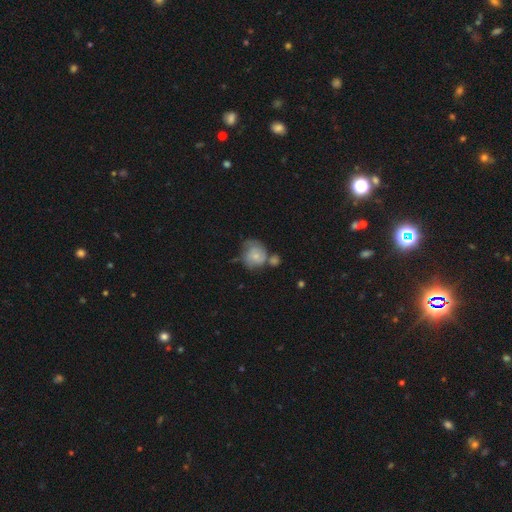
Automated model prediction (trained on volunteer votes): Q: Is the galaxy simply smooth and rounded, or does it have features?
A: smooth — 55%.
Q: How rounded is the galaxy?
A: round — 74%.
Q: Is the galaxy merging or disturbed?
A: none — 37%.